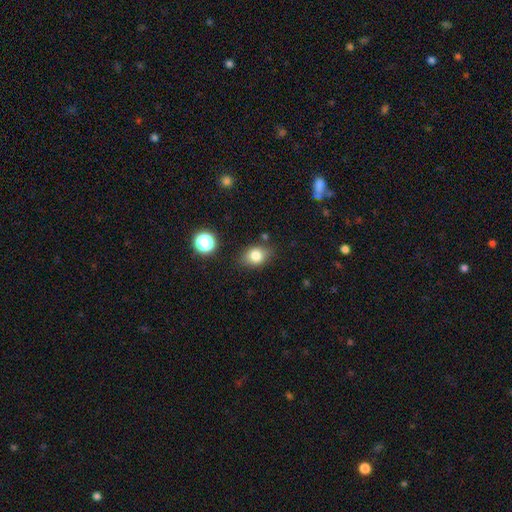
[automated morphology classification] Smooth or featured? smooth (80%)
How rounded? in between (64%)
Merging? none (77%)